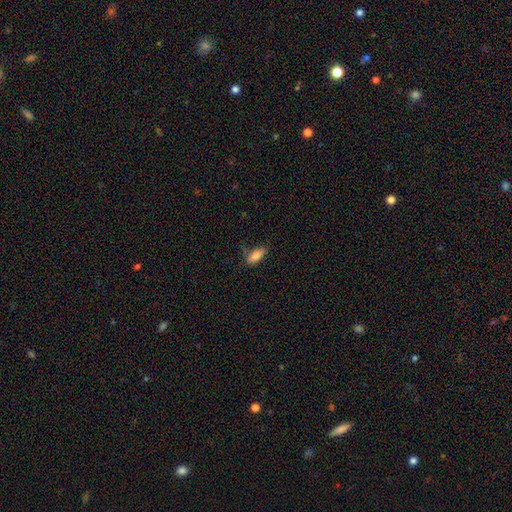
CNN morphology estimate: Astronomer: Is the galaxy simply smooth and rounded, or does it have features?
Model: smooth — 83%.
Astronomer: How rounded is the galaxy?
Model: in between — 78%.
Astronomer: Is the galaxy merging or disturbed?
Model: none — 64%.